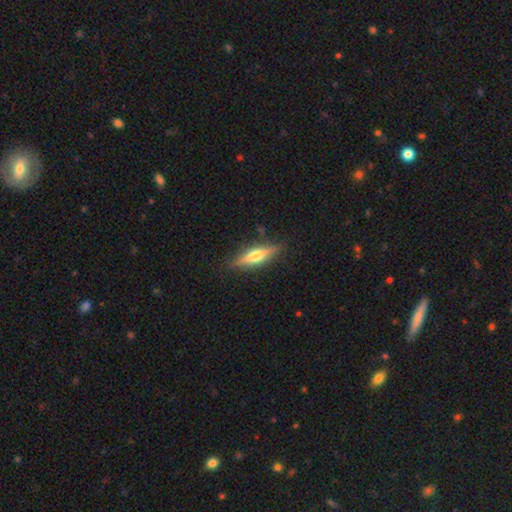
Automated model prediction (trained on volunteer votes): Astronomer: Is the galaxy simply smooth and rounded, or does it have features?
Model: featured or disk — 53% (runner-up: smooth, 40%).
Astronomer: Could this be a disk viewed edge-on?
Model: yes — 92%.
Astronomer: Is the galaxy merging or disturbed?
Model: none — 85%.